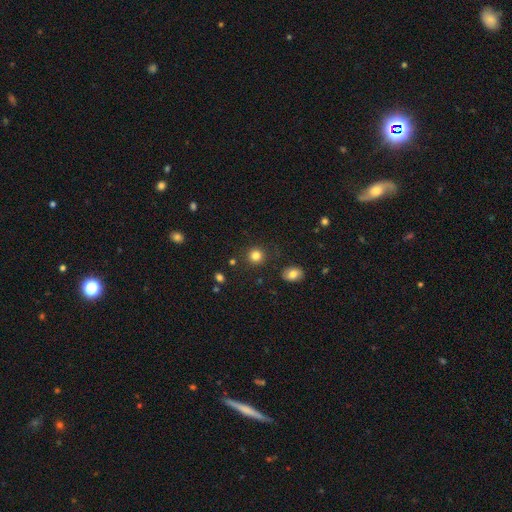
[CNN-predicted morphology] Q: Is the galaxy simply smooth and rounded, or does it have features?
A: smooth — 83%.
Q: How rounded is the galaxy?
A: round — 90%.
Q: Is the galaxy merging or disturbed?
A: none — 88%.